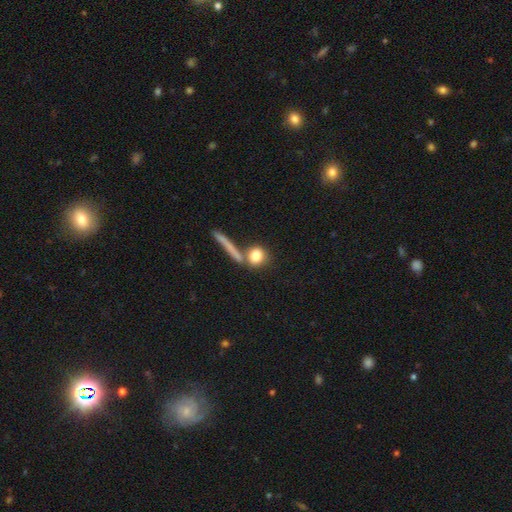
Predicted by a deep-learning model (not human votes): This appears to be a smooth galaxy with no disk features (78%) that is round (71%). Merging: none (65%).